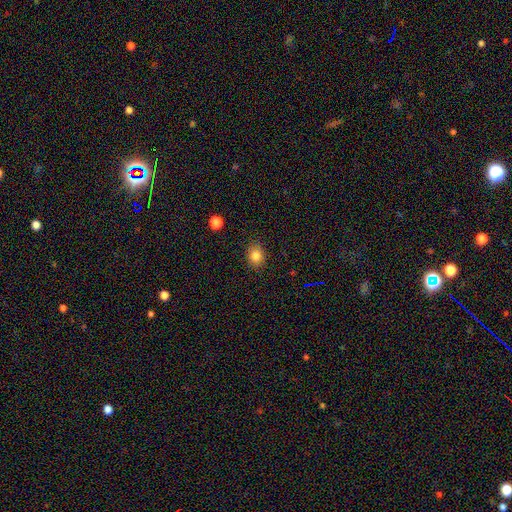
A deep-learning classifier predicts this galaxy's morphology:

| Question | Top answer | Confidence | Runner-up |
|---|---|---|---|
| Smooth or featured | smooth | 83% | star or artifact (11%) |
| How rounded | round | 51% | in between (48%) |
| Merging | none | 87% | minor disturbance (10%) |